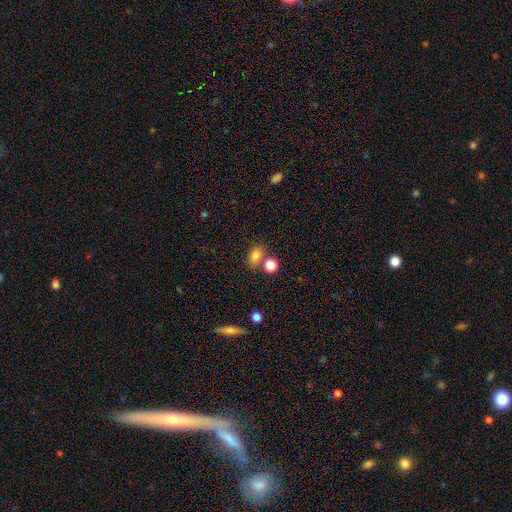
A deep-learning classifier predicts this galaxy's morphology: A smooth galaxy with no disk features (81%) that is in between round and cigar-shaped (65%).

Vote fractions:
- Smooth or featured? smooth: 81% / star or artifact: 12% / featured or disk: 7%
- How rounded? in between: 65% / round: 34% / cigar-shaped: 2%
- Merging? none: 63% / merger: 20% / minor disturbance: 12% / major disturbance: 4%